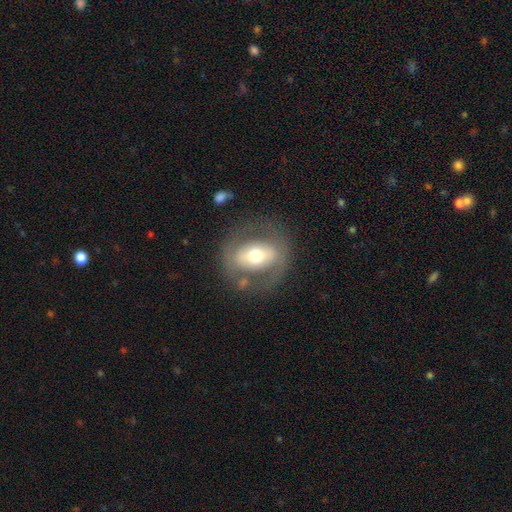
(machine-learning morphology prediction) featured or disk 56%, smooth 38%, star or artifact 7%. Down the decision tree: edge-on disk — no (90%); merging — none (72%).